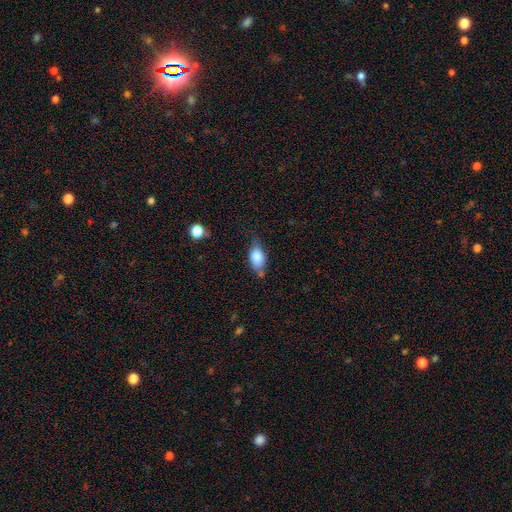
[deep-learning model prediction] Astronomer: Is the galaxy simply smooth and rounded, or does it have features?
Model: smooth — 80%.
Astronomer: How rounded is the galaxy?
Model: in between — 88%.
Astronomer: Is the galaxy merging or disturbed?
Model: none — 61%.